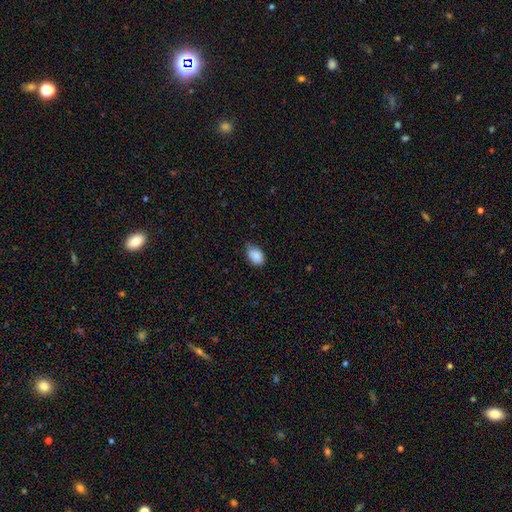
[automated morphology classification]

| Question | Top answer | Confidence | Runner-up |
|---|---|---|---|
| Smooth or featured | smooth | 88% | star or artifact (7%) |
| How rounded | in between | 82% | round (17%) |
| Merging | none | 55% | minor disturbance (38%) |